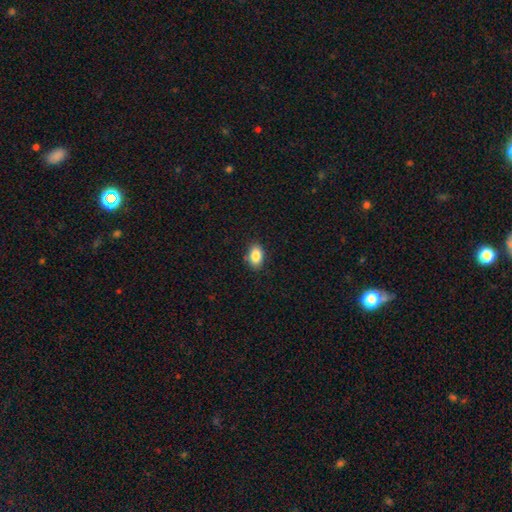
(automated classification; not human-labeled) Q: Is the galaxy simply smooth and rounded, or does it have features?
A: smooth — 86%.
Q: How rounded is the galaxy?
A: in between — 86%.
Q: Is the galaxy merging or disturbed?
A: none — 85%.